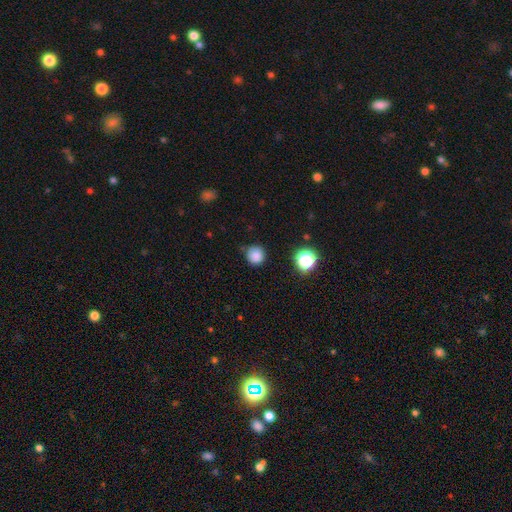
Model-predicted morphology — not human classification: This is clearly a smooth galaxy (83%). How rounded: clearly round (93%). Merging: clearly none (82%).